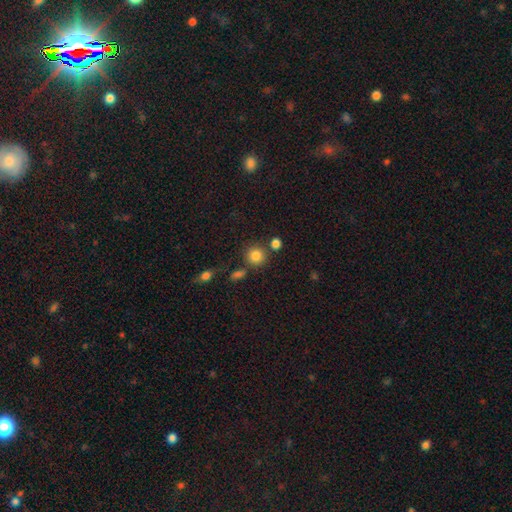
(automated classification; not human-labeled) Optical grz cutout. It shows a smooth galaxy with no disk features (82%) that is round (90%). Merging: none (74%).